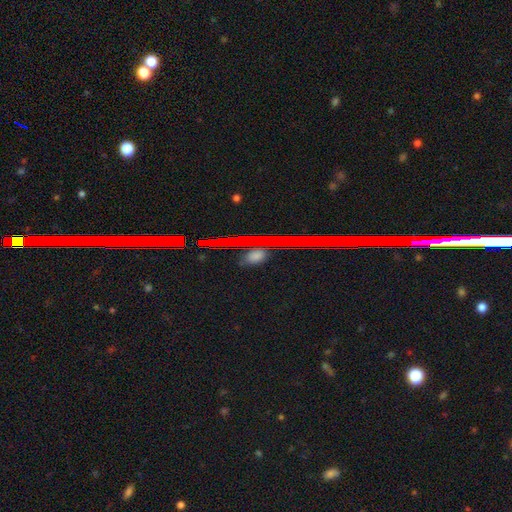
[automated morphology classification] smooth_or_featured: star or artifact (p=0.46) [alt: smooth p=0.41]